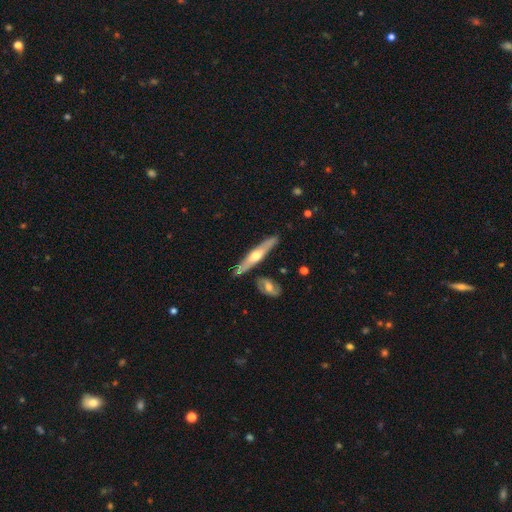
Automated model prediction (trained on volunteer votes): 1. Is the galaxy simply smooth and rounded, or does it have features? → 62% featured or disk, 32% smooth, 5% star or artifact.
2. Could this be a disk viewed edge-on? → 89% yes, 11% no.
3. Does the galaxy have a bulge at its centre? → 88% rounded, 9% none, 3% boxy.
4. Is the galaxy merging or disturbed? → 82% none, 11% minor disturbance, 5% merger, 2% major disturbance.